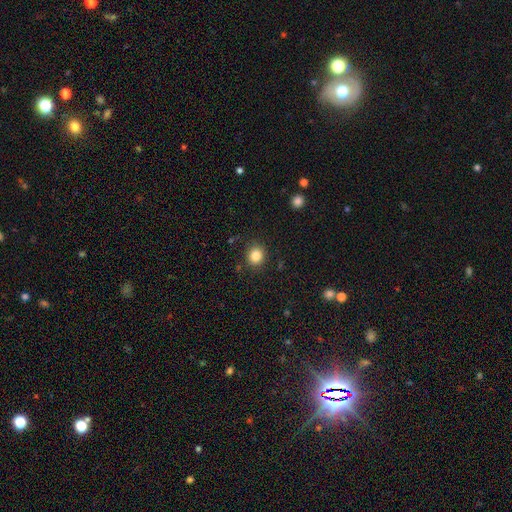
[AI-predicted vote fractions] Morphology: type=smooth (84%); roundness=round (79%); merging=none (88%).